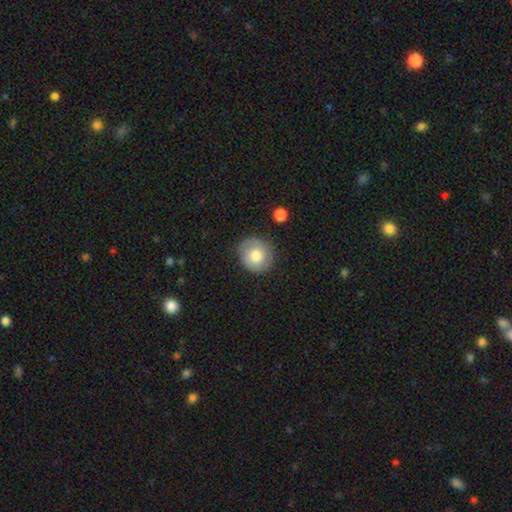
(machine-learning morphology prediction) Q: Smooth or featured?
A: smooth (63%); runner-up: featured or disk (30%)
Q: How rounded?
A: round (86%); runner-up: in between (13%)
Q: Merging?
A: none (81%); runner-up: minor disturbance (13%)